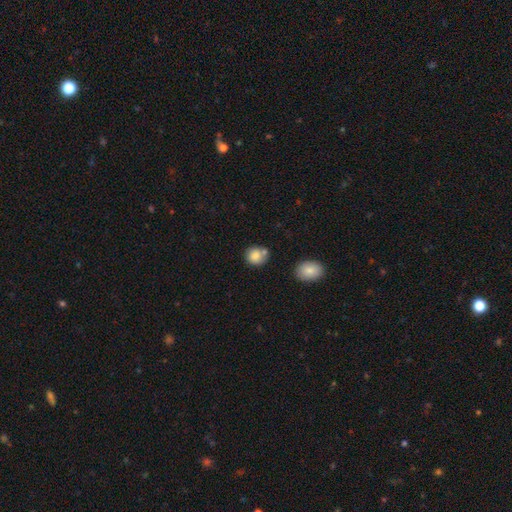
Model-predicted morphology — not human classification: type=smooth (84%); roundness=round (81%); merging=none (61%).